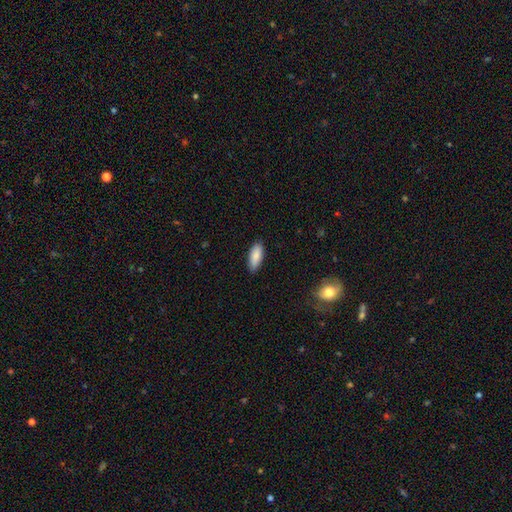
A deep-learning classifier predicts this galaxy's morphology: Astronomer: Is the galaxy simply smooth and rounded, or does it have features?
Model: smooth — 88%.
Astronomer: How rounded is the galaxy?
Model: in between — 81%.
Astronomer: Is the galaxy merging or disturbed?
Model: none — 87%.